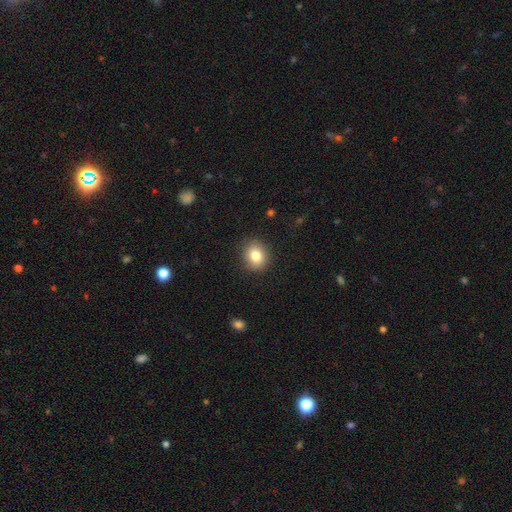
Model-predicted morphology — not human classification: Q: Smooth or featured?
A: smooth (82%); runner-up: star or artifact (10%)
Q: How rounded?
A: round (69%); runner-up: in between (31%)
Q: Merging?
A: none (89%); runner-up: minor disturbance (8%)